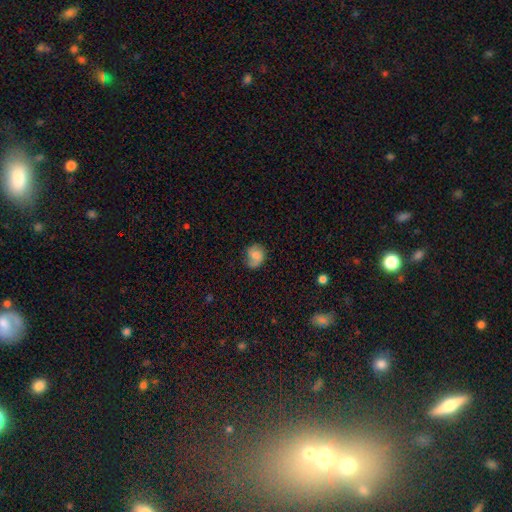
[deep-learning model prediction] Smooth or featured?
  - smooth: 53% *
  - featured or disk: 38%
  - star or artifact: 9%
How rounded?
  - round: 62% *
  - in between: 37%
  - cigar-shaped: 1%
Merging?
  - none: 65% *
  - minor disturbance: 24%
  - major disturbance: 9%
  - merger: 2%